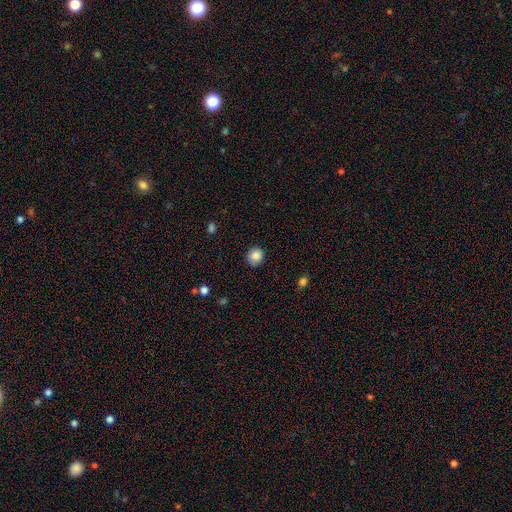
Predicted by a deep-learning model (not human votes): Smooth or featured: smooth — 85% (star or artifact — 9%)
How rounded: round — 81% (in between — 18%)
Merging: none — 83% (minor disturbance — 13%)